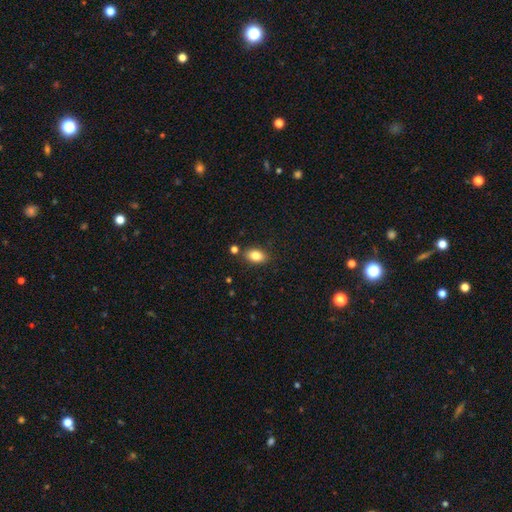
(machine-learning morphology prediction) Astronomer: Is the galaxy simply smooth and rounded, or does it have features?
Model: smooth — 83%.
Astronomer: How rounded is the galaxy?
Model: in between — 86%.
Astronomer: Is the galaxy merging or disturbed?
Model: none — 82%.